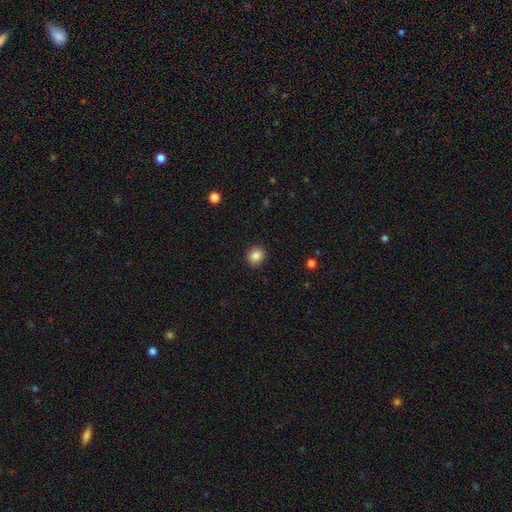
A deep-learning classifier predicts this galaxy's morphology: The model was most divided on "how rounded": round: 74%, in between: 26%, cigar-shaped: 1%. More confident: merging — none (91%); smooth or featured — smooth (86%).